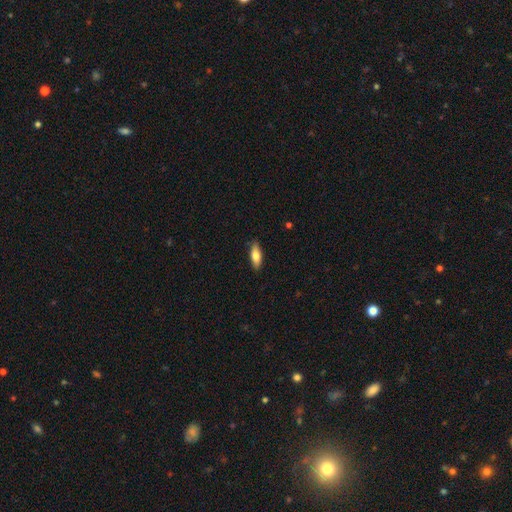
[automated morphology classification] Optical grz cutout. It shows a smooth galaxy with no disk features (78%) that is in between round and cigar-shaped (66%). Merging: none (86%).